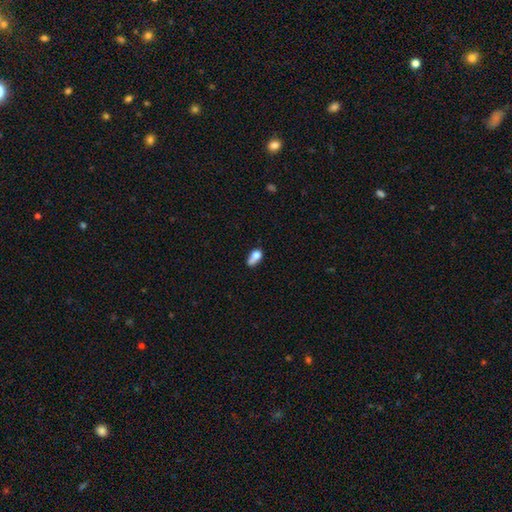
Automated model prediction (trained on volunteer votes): This is likely a smooth galaxy (73%). How rounded: likely in between (76%). Merging: marginally none (31%).